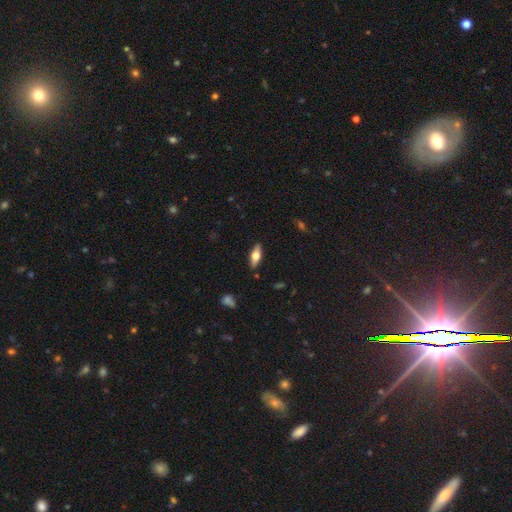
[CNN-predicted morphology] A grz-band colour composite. It shows a smooth galaxy with no disk features (49%). Merging: none (88%).